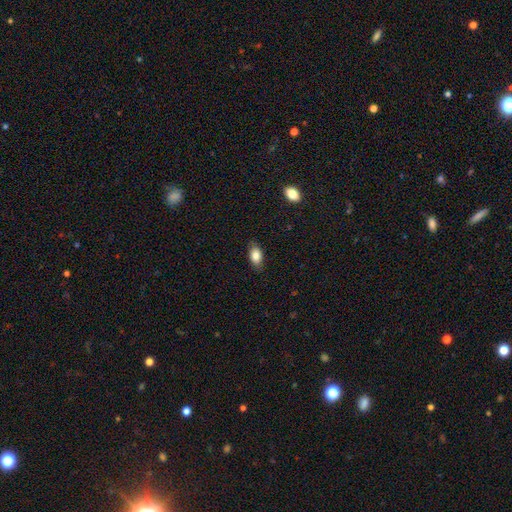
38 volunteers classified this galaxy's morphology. Smooth or featured: smooth — 95% (featured or disk — 5%)
How rounded: in between — 89% (round — 6%)
Merging: none — 82% (minor disturbance — 16%)